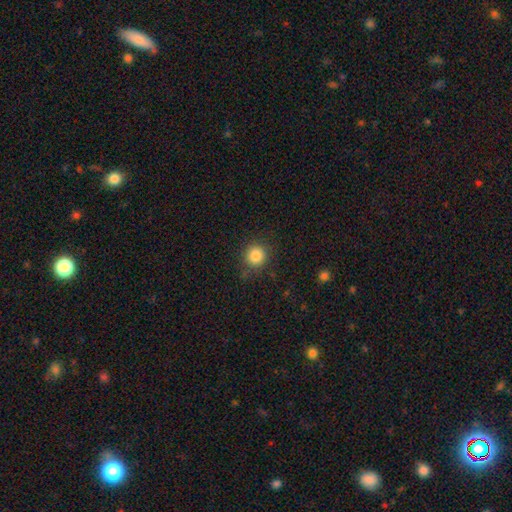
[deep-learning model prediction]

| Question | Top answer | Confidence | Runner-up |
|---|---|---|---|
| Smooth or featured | smooth | 84% | star or artifact (11%) |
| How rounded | round | 90% | in between (9%) |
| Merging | none | 82% | minor disturbance (12%) |